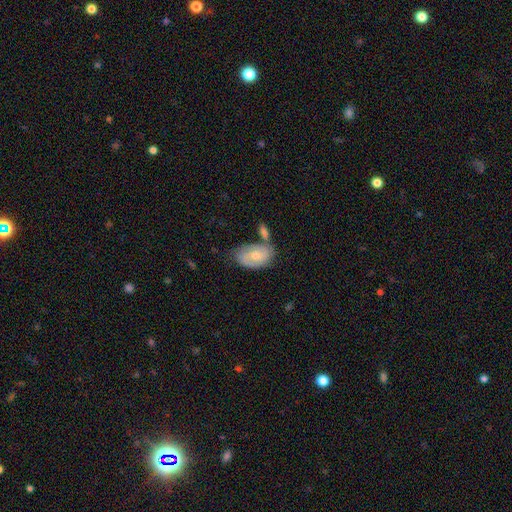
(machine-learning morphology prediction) type=smooth (47%, tied with featured or disk); merging=none (49%).